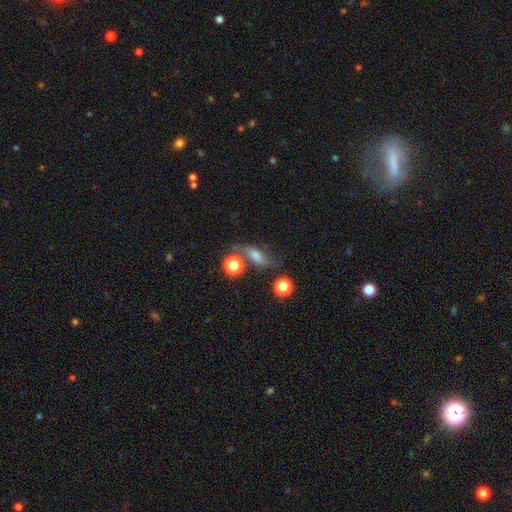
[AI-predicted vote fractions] A smooth galaxy with no disk features (52%) that is in between round and cigar-shaped (59%).

Vote fractions:
- Smooth or featured? smooth: 52% / featured or disk: 29% / star or artifact: 19%
- How rounded? in between: 59% / cigar-shaped: 21% / round: 20%
- Merging? none: 55% / minor disturbance: 19% / merger: 13% / major disturbance: 12%